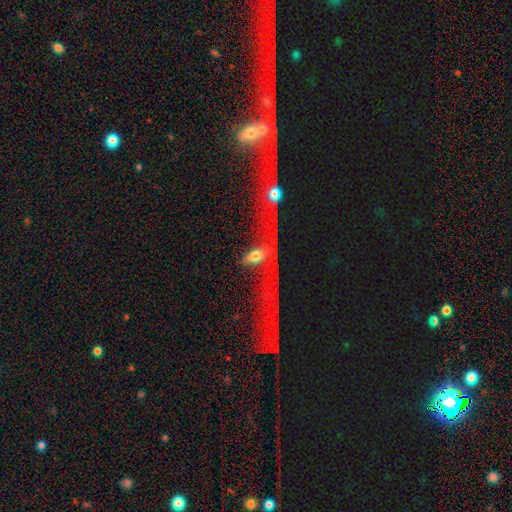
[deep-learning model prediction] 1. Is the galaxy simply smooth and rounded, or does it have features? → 43% smooth, 40% featured or disk, 17% star or artifact.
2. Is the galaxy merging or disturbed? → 33% none, 27% merger, 25% major disturbance, 15% minor disturbance.